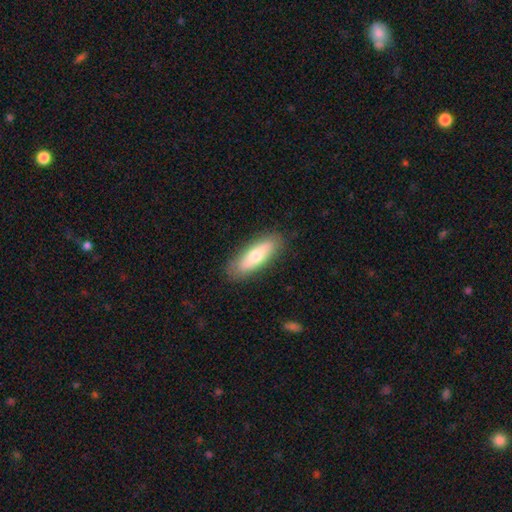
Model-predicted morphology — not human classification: This is likely a smooth galaxy (66%). How rounded: possibly in between (59%). Merging: clearly none (86%).